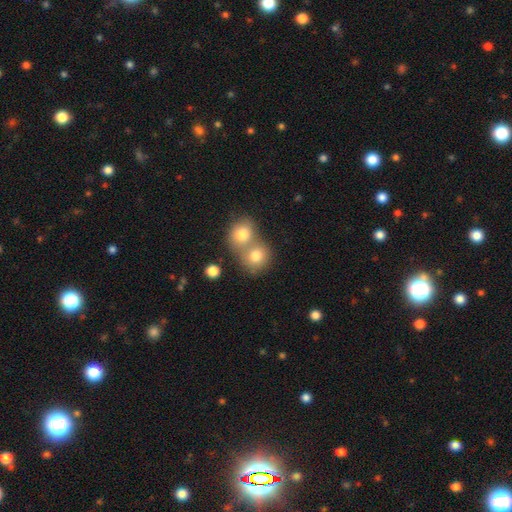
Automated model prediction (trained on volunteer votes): This is likely a smooth galaxy (77%). How rounded: likely round (79%). Merging: likely merger (61%).